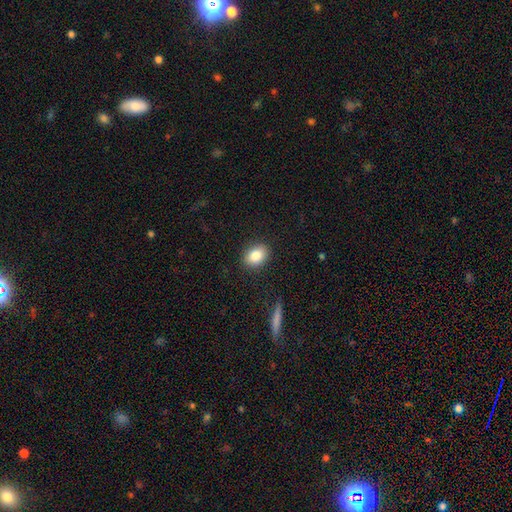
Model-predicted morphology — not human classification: A smooth galaxy with no disk features (85%) that is in between round and cigar-shaped (71%).

Vote fractions:
- Smooth or featured? smooth: 85% / star or artifact: 8% / featured or disk: 7%
- How rounded? in between: 71% / round: 28% / cigar-shaped: 1%
- Merging? none: 88% / minor disturbance: 8% / major disturbance: 2% / merger: 1%